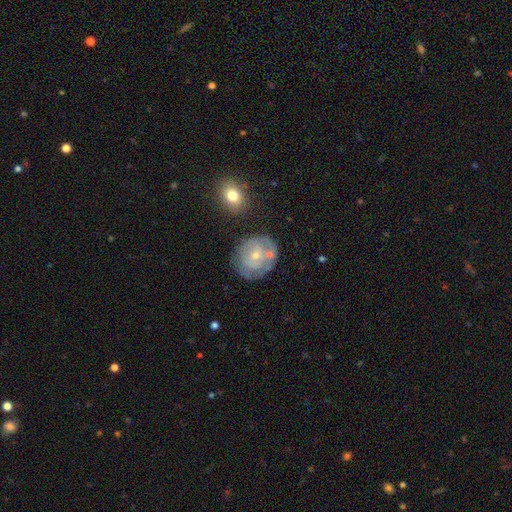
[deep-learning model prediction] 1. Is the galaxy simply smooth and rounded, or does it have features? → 58% featured or disk, 35% smooth, 7% star or artifact.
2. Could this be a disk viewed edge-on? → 97% no, 3% yes.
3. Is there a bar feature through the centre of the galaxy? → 82% no, 16% weak, 3% strong.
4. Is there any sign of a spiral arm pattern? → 57% yes, 43% no.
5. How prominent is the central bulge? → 67% small, 28% moderate, 2% none, 1% large, 1% dominant.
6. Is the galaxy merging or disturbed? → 58% none, 22% minor disturbance, 10% merger, 9% major disturbance.